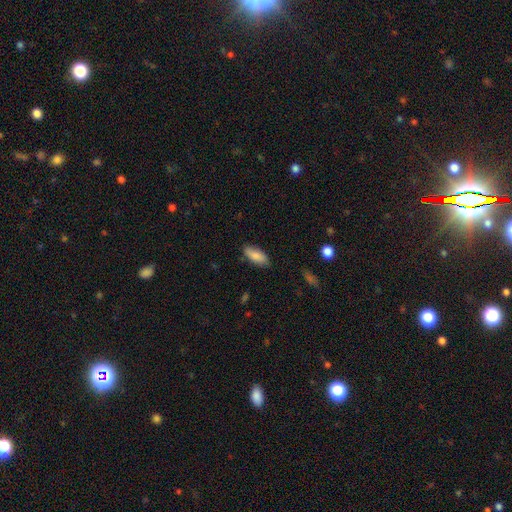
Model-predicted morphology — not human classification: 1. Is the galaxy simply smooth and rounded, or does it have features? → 84% smooth, 9% featured or disk, 6% star or artifact.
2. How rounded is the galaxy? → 80% in between, 18% cigar-shaped, 2% round.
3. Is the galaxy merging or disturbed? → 81% none, 15% minor disturbance, 3% major disturbance, 1% merger.